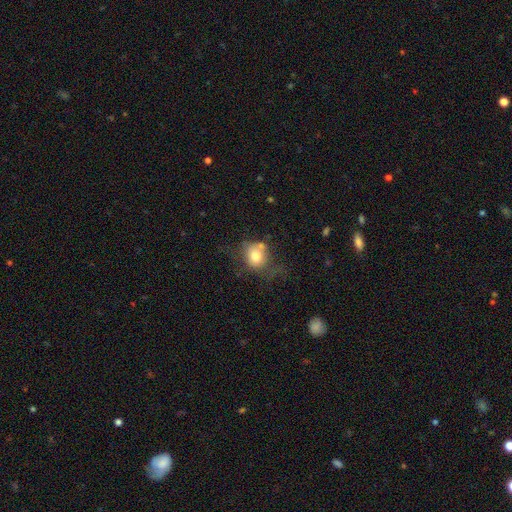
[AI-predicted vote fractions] This appears to be a smooth galaxy with no disk features (74%) that is round (67%). Merging: none (41%).